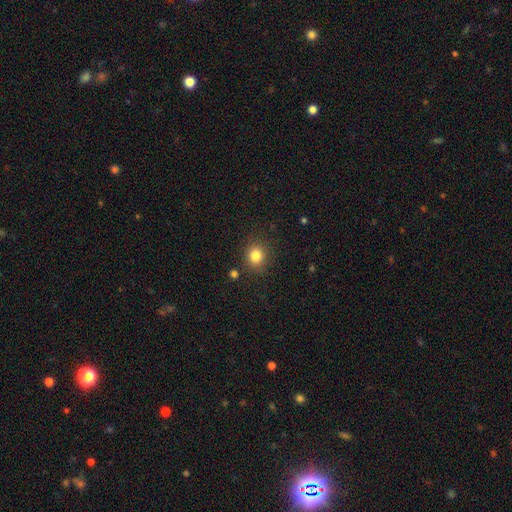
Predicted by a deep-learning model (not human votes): This appears to be a smooth galaxy with no disk features (82%) that is round (77%). Merging: none (85%).